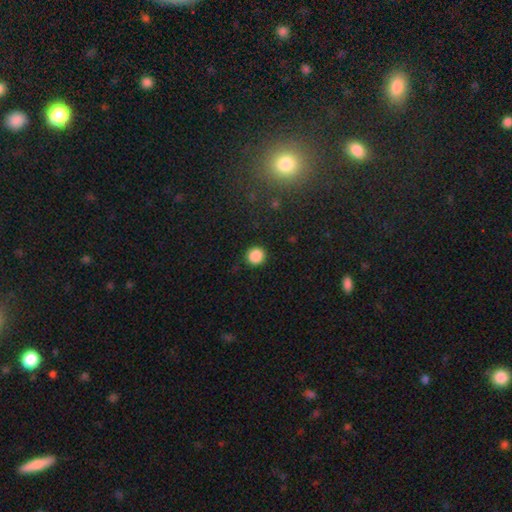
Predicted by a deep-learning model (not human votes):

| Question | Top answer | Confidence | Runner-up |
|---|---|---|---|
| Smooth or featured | smooth | 87% | star or artifact (10%) |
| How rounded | round | 93% | in between (6%) |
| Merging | none | 91% | minor disturbance (6%) |